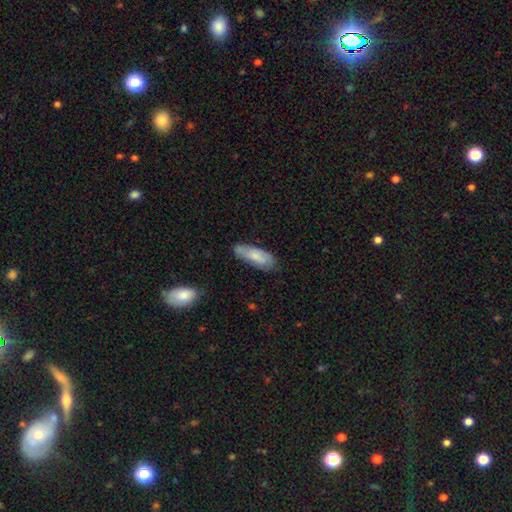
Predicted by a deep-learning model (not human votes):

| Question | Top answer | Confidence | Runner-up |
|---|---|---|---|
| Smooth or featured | smooth | 74% | featured or disk (20%) |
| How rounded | in between | 64% | cigar-shaped (35%) |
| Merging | none | 69% | minor disturbance (25%) |